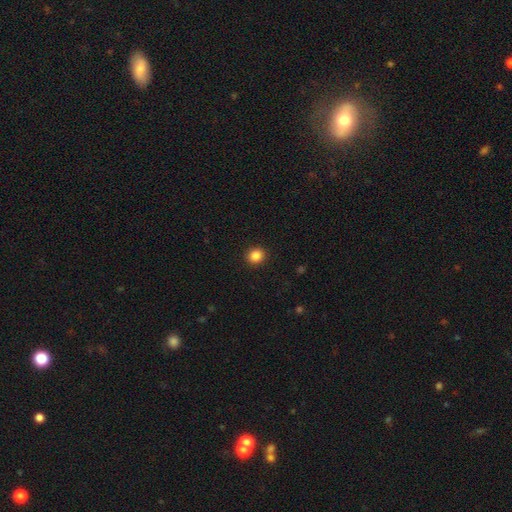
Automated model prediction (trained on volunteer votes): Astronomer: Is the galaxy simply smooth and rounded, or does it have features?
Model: smooth — 86%.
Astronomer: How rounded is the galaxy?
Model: round — 82%.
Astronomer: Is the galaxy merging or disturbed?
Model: none — 92%.